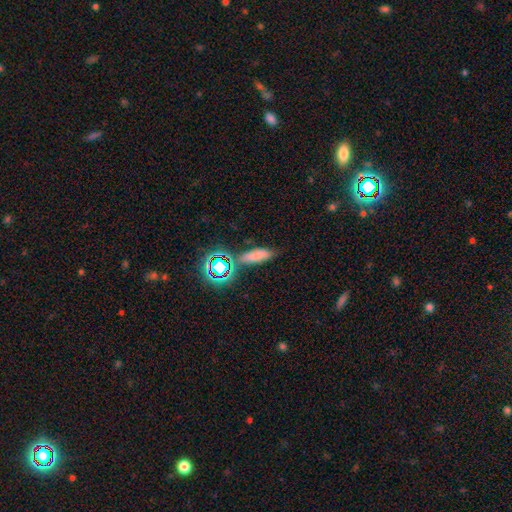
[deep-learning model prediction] Smooth or featured? Predicted: smooth (p=0.69). How rounded? Predicted: cigar-shaped (p=0.57). Merging? Predicted: none (p=0.68).